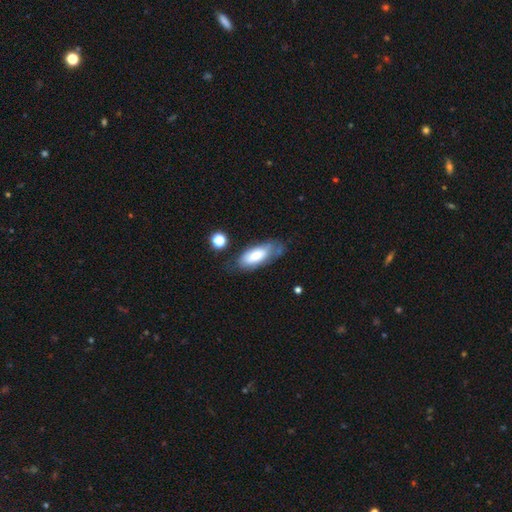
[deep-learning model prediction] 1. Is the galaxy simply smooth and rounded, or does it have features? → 70% smooth, 23% featured or disk, 7% star or artifact.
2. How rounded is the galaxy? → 82% in between, 16% cigar-shaped, 2% round.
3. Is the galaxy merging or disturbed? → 55% none, 27% minor disturbance, 13% major disturbance, 5% merger.